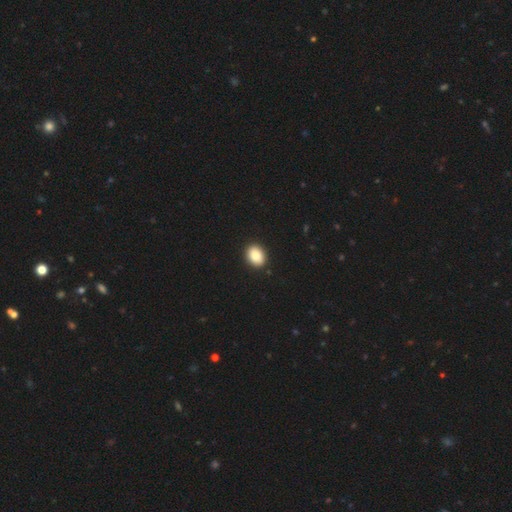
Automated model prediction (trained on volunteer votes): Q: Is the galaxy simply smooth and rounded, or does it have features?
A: smooth — 88%.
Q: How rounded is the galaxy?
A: in between — 68%.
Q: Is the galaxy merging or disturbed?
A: none — 92%.